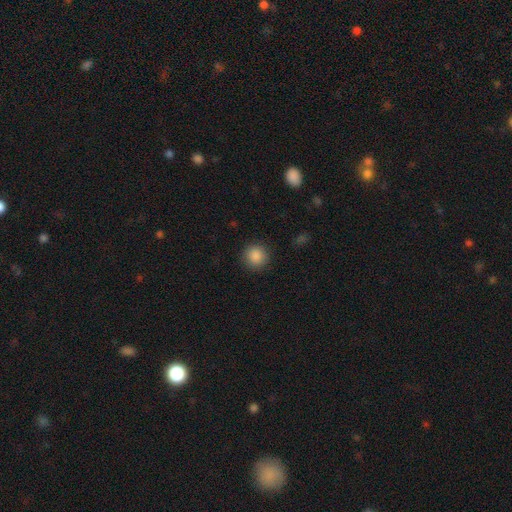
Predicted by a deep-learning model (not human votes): Smooth or featured: smooth — 88% (star or artifact — 9%)
How rounded: round — 93% (in between — 6%)
Merging: none — 90% (minor disturbance — 7%)